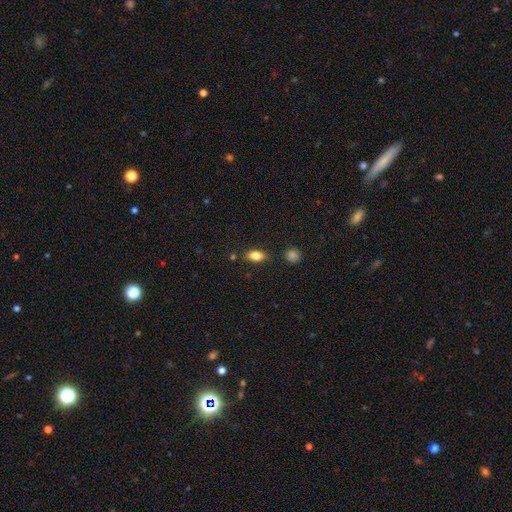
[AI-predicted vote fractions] Smooth or featured?
  - smooth: 78% *
  - featured or disk: 13%
  - star or artifact: 9%
How rounded?
  - in between: 85% *
  - cigar-shaped: 9%
  - round: 7%
Merging?
  - none: 82% *
  - minor disturbance: 12%
  - merger: 3%
  - major disturbance: 3%